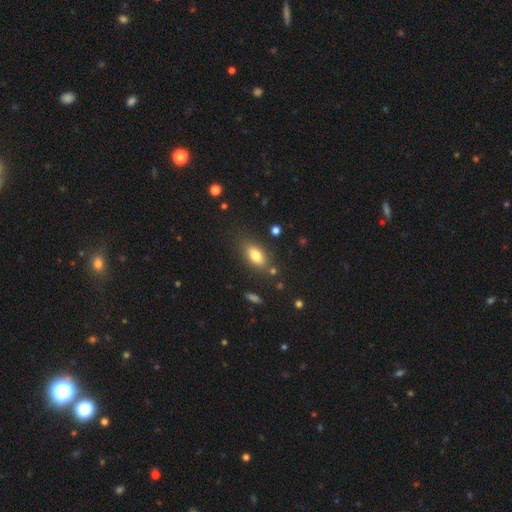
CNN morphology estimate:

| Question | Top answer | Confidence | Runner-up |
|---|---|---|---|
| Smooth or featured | smooth | 79% | featured or disk (12%) |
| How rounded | in between | 85% | cigar-shaped (9%) |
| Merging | none | 80% | minor disturbance (12%) |